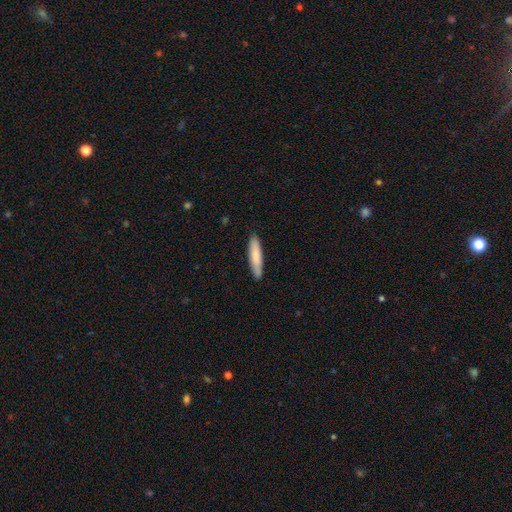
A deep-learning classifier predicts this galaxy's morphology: A smooth galaxy with no disk features (79%) that is cigar-shaped (81%). Merging: none (87%).